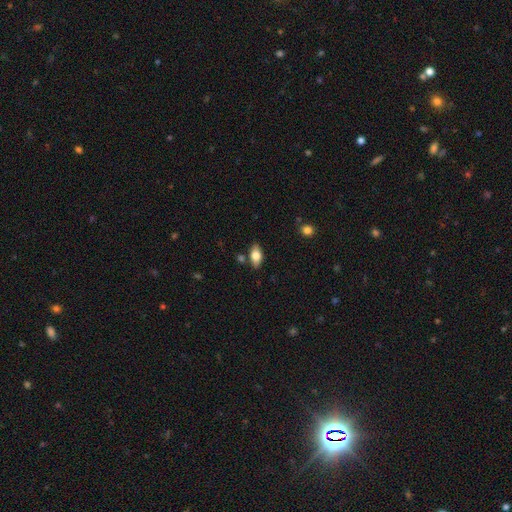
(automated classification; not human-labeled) smooth 74%, featured or disk 19%, star or artifact 7%. Down the decision tree: how rounded — in between (89%); merging — none (81%).